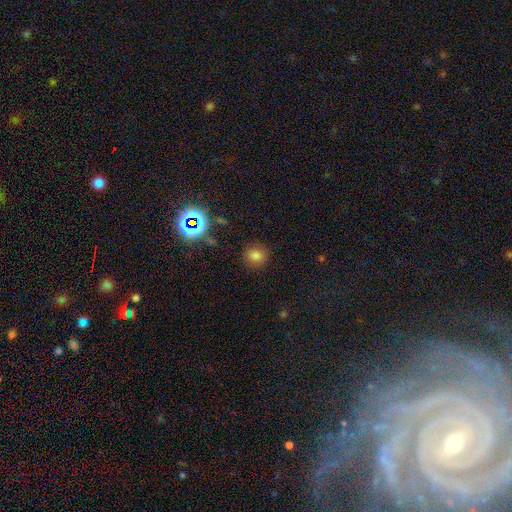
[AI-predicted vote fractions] Q: Smooth or featured?
A: smooth (73%); runner-up: star or artifact (20%)
Q: How rounded?
A: round (79%); runner-up: in between (20%)
Q: Merging?
A: none (86%); runner-up: minor disturbance (9%)